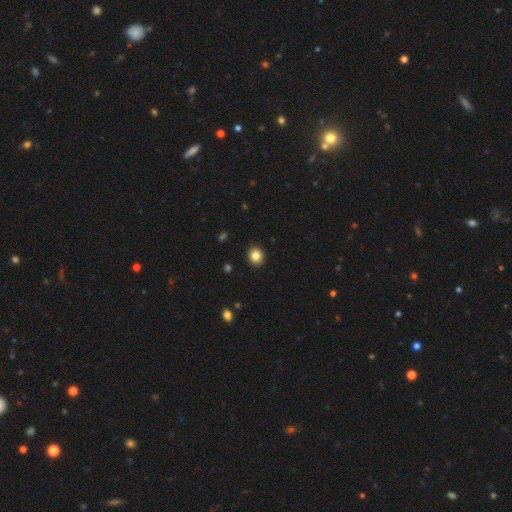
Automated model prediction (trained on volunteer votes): smooth 84%, star or artifact 10%, featured or disk 6%. Down the decision tree: how rounded — round (73%); merging — none (92%).